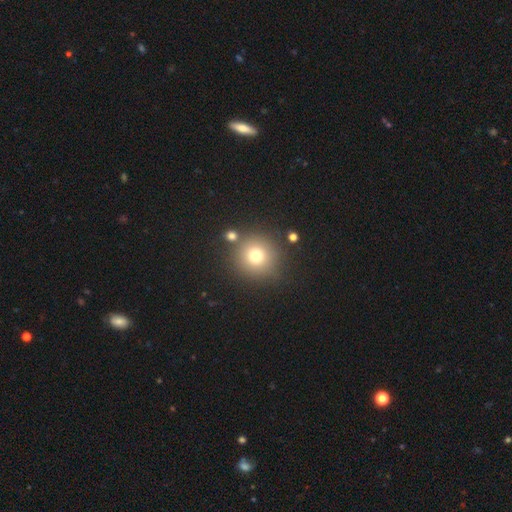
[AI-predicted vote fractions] Overall: smooth (75%). How rounded: round (93%). Merging: none (81%).